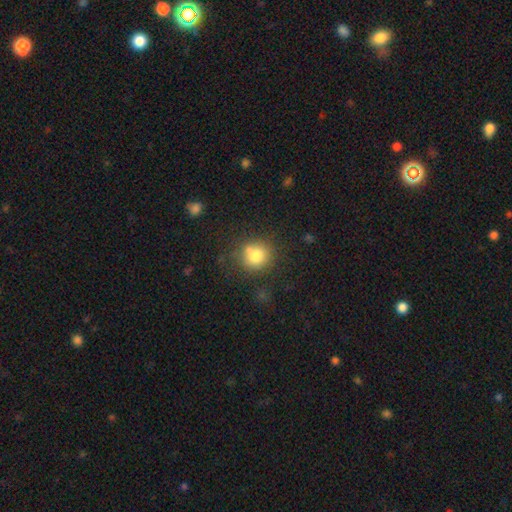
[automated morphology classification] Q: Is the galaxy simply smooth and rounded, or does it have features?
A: smooth — 77%.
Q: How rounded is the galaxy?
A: round — 86%.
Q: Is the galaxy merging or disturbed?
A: none — 67%.